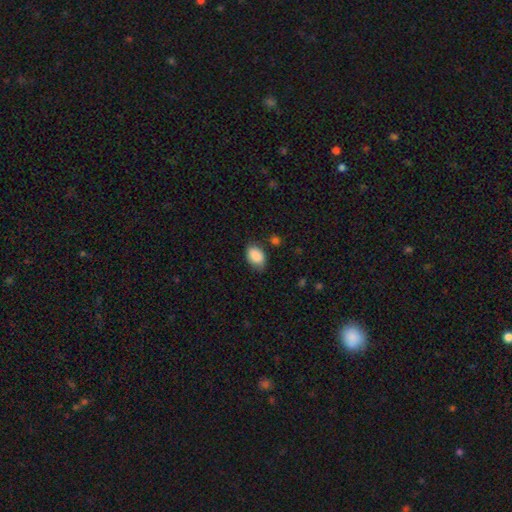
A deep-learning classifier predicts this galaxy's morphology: A smooth galaxy with no disk features (88%) that is in between round and cigar-shaped (85%).

Vote fractions:
- Smooth or featured? smooth: 88% / star or artifact: 7% / featured or disk: 5%
- How rounded? in between: 85% / round: 13% / cigar-shaped: 1%
- Merging? none: 74% / minor disturbance: 20% / major disturbance: 4% / merger: 2%